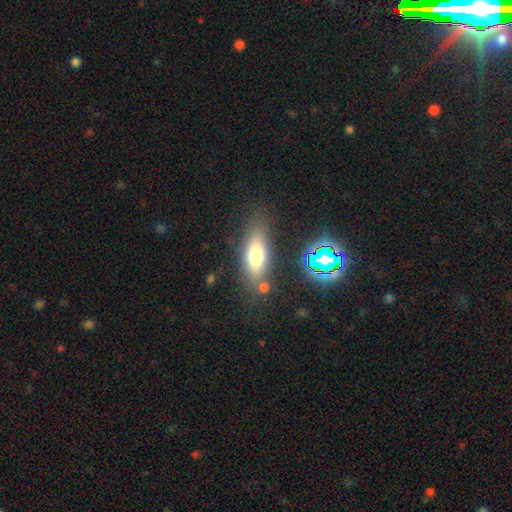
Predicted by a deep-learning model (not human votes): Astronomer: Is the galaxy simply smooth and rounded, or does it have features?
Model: smooth — 70%.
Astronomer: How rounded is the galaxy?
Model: in between — 70%.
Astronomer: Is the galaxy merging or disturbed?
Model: none — 74%.